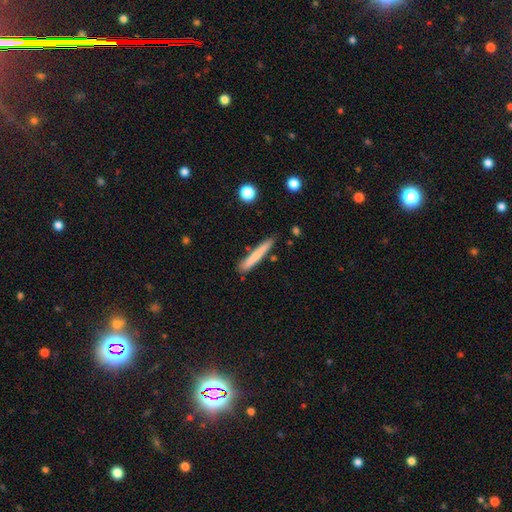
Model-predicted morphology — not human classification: This appears to be a smooth galaxy with no disk features (71%) that is cigar-shaped (95%). Merging: none (81%).